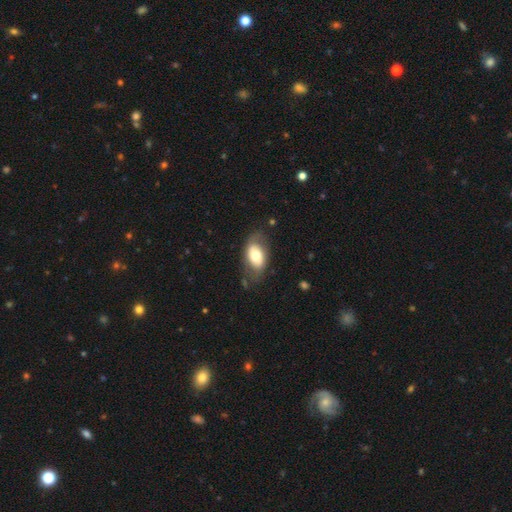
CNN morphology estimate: The model was most divided on "smooth or featured": smooth: 62%, featured or disk: 31%, star or artifact: 7%. More confident: how rounded — in between (90%); merging — none (68%).